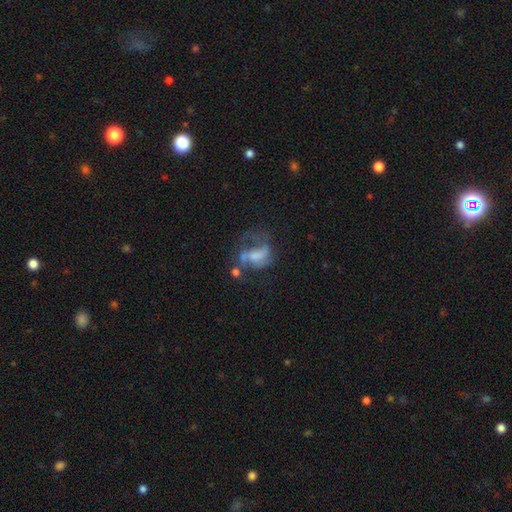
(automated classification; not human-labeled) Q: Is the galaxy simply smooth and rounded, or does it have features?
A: featured or disk — 60%.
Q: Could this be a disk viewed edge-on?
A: no — 97%.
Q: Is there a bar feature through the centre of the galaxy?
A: no — 50%.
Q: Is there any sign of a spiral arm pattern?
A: yes — 63%.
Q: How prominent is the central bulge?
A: none — 34%.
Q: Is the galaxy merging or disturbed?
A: major disturbance — 39%.